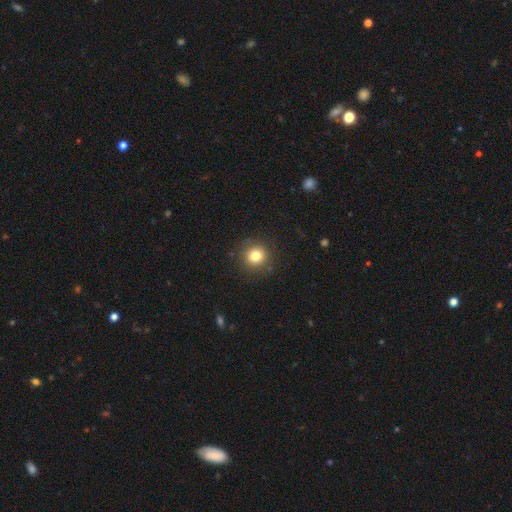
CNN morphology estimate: Smooth or featured: smooth — 80% (star or artifact — 12%)
How rounded: round — 91% (in between — 8%)
Merging: none — 89% (minor disturbance — 7%)